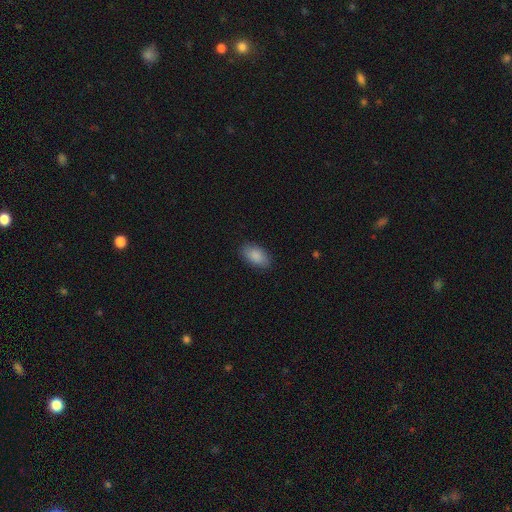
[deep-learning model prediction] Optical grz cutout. It shows a smooth galaxy with no disk features (89%) that is in between round and cigar-shaped (94%). Merging: none (87%).